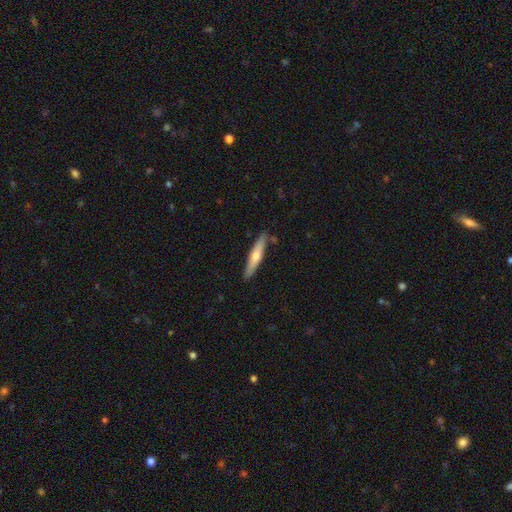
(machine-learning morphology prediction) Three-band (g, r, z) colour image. It shows a smooth galaxy with no disk features (51%) that is cigar-shaped (88%). Merging: none (86%).